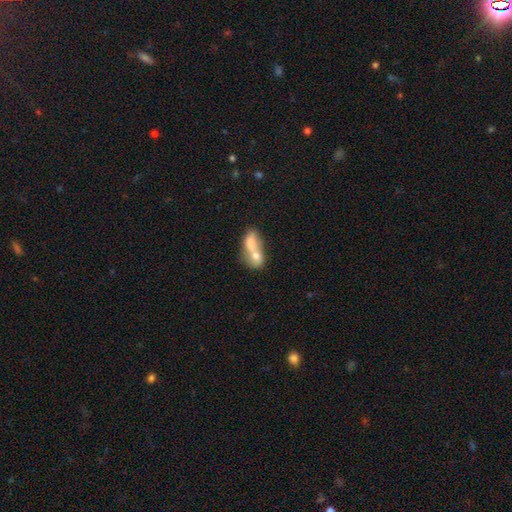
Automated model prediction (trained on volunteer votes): Smooth or featured? smooth (67%)
How rounded? in between (75%)
Merging? merger (73%)